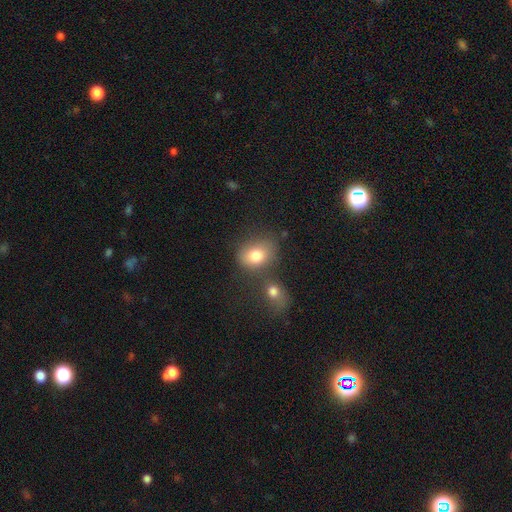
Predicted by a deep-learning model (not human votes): Smooth or featured: smooth — 79% (featured or disk — 11%)
How rounded: round — 51% (in between — 48%)
Merging: none — 47% (merger — 31%)